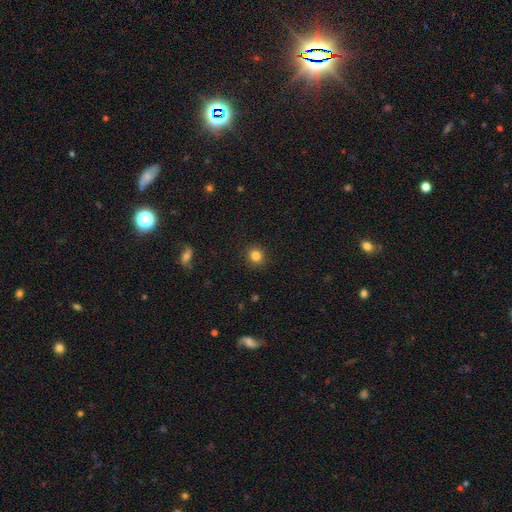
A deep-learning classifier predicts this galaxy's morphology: Smooth or featured: smooth — 83% (star or artifact — 12%)
How rounded: round — 89% (in between — 11%)
Merging: none — 92% (minor disturbance — 5%)